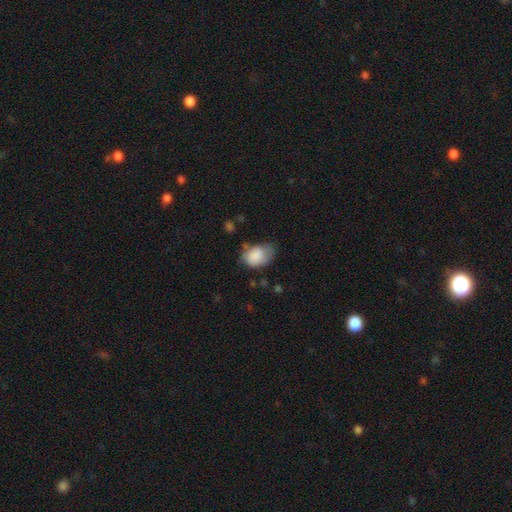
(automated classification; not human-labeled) Q: Smooth or featured?
A: smooth (80%); runner-up: featured or disk (13%)
Q: How rounded?
A: in between (79%); runner-up: round (20%)
Q: Merging?
A: none (45%); runner-up: minor disturbance (36%)